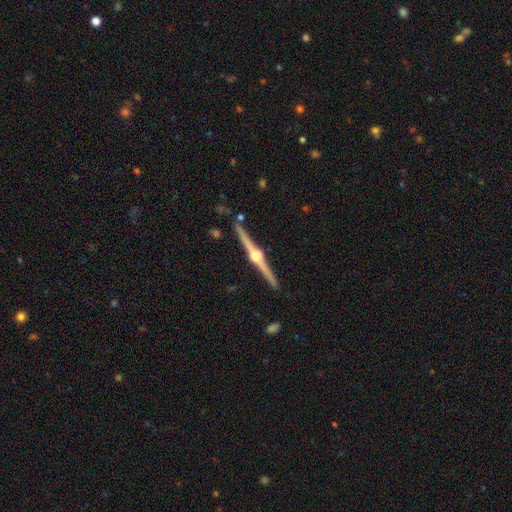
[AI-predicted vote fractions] This is clearly a featured or disk galaxy (89%). It is clearly viewed edge-on (99%). Edge-on bulge: clearly rounded (96%). Merging: clearly none (91%).